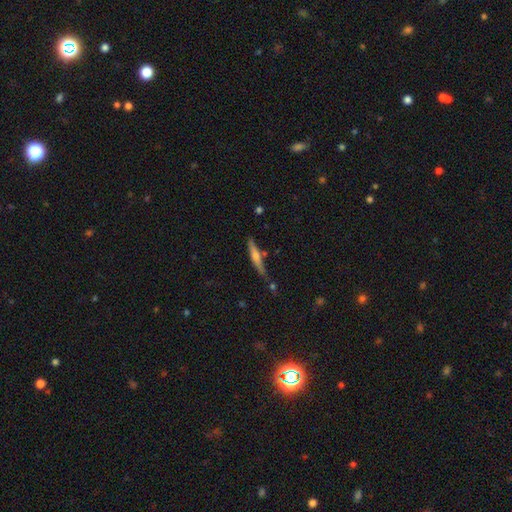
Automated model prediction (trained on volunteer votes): This is possibly a smooth galaxy (49%). Merging: likely none (69%).